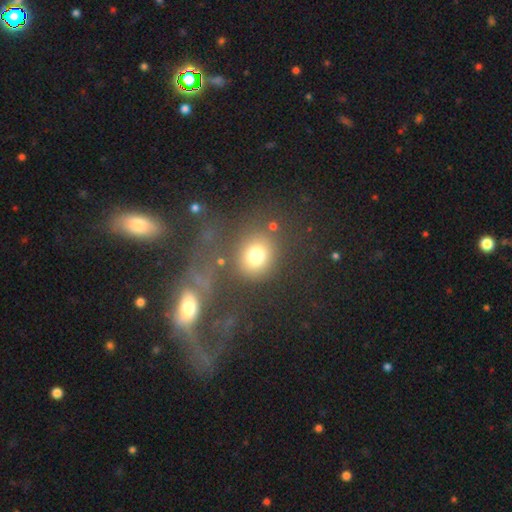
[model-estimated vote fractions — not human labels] Q: Smooth or featured?
A: smooth (75%); runner-up: star or artifact (14%)
Q: How rounded?
A: round (76%); runner-up: in between (23%)
Q: Merging?
A: none (67%); runner-up: minor disturbance (12%)